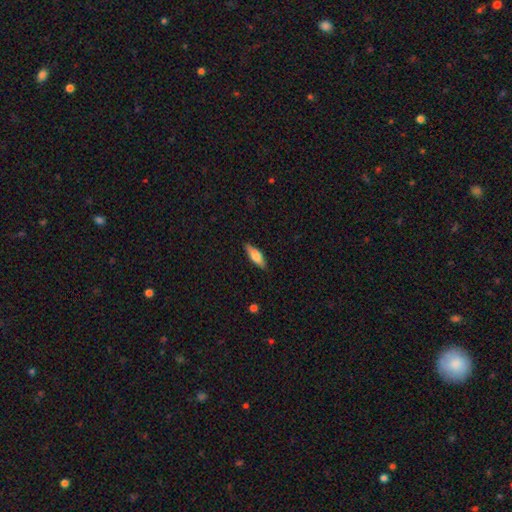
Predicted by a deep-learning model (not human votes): Smooth or featured: smooth — 65% (featured or disk — 29%)
How rounded: in between — 53% (cigar-shaped — 44%)
Merging: none — 86% (minor disturbance — 11%)